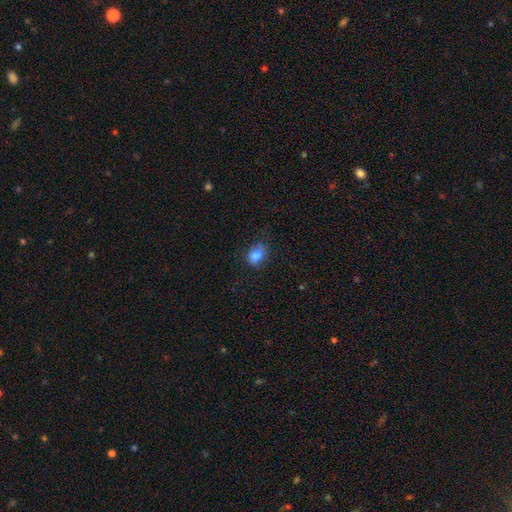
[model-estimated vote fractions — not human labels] Smooth or featured? smooth (76%)
How rounded? in between (55%)
Merging? none (52%)